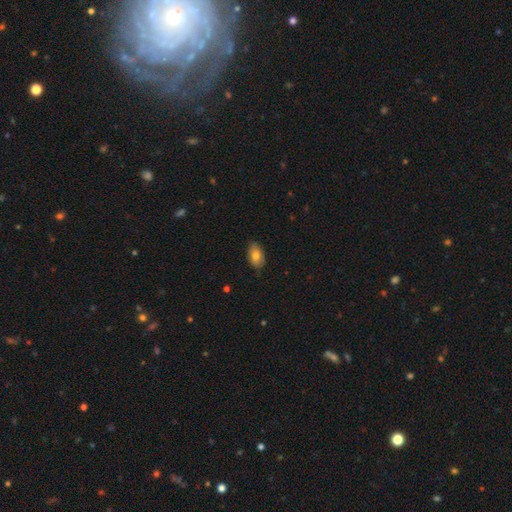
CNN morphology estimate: This appears to be a smooth galaxy with no disk features (77%) that is in between round and cigar-shaped (93%). Merging: none (80%).